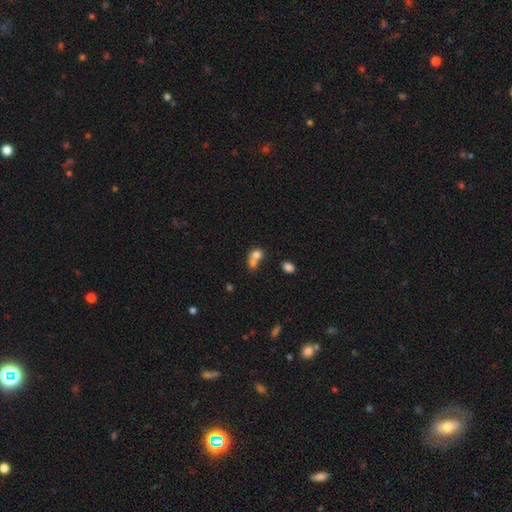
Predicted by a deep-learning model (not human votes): A smooth galaxy with no disk features (76%) that is round (57%).

Vote fractions:
- Smooth or featured? smooth: 76% / featured or disk: 13% / star or artifact: 11%
- How rounded? round: 57% / in between: 41% / cigar-shaped: 2%
- Merging? merger: 62% / none: 26% / minor disturbance: 7% / major disturbance: 5%